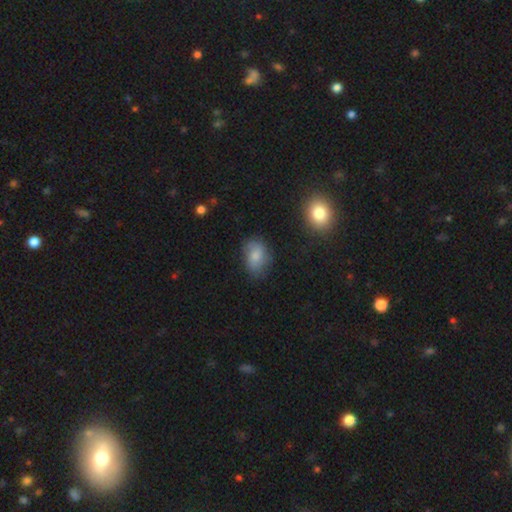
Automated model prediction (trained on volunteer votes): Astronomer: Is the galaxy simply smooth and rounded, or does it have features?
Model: smooth — 75%.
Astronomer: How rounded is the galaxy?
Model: in between — 77%.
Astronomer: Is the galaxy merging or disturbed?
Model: none — 67%.